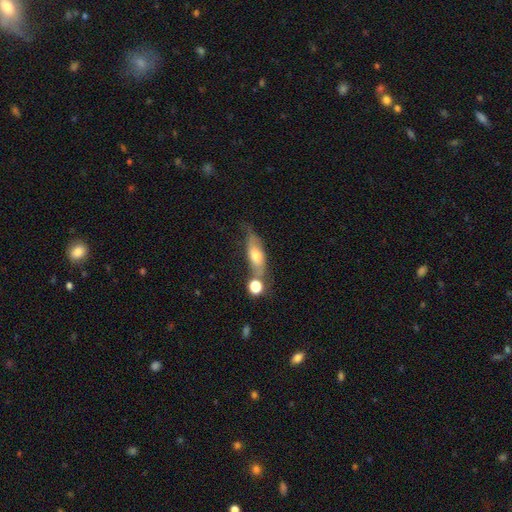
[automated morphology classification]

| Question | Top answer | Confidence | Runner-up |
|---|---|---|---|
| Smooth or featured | smooth | 50% | featured or disk (40%) |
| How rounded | in between | 55% | cigar-shaped (39%) |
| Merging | none | 48% | minor disturbance (22%) |